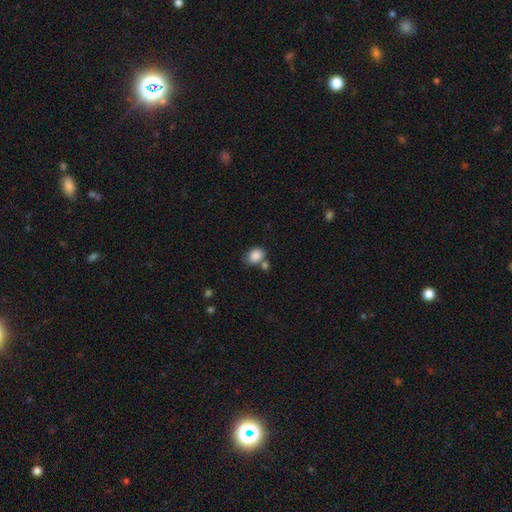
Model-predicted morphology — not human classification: Smooth or featured: smooth — 86% (star or artifact — 9%)
How rounded: in between — 64% (round — 35%)
Merging: none — 54% (merger — 20%)